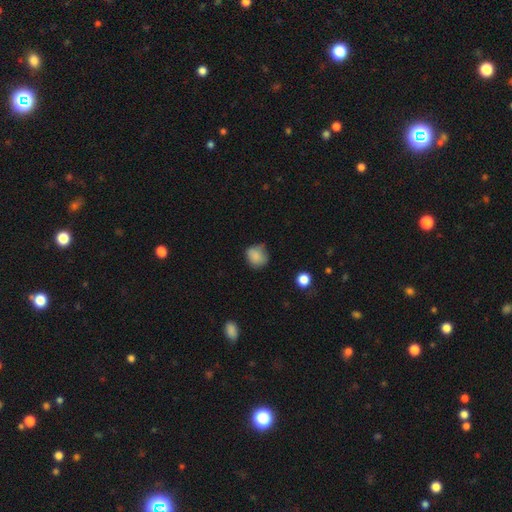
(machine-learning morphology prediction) This is clearly a smooth galaxy (83%). How rounded: likely round (74%). Merging: likely none (65%).